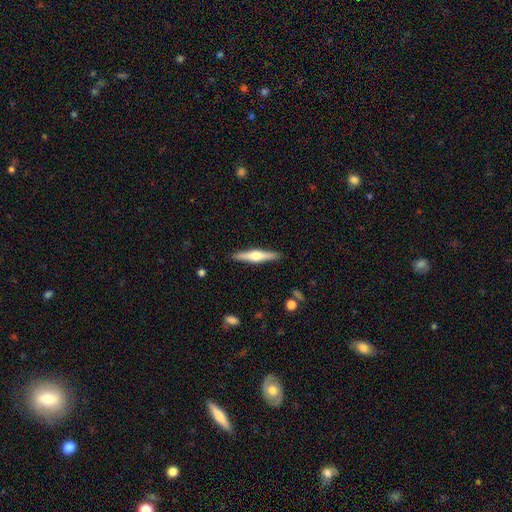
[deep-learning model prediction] Smooth or featured? Predicted: featured or disk (p=0.64). Edge-on disk? Predicted: yes (p=0.97). Edge-on bulge? Predicted: rounded (p=0.90). Merging? Predicted: none (p=0.91).